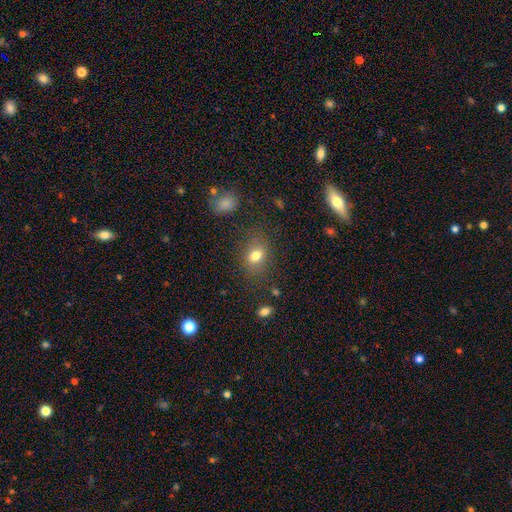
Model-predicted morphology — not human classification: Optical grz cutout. It shows a smooth galaxy with no disk features (77%) that is in between round and cigar-shaped (65%). Merging: none (76%).